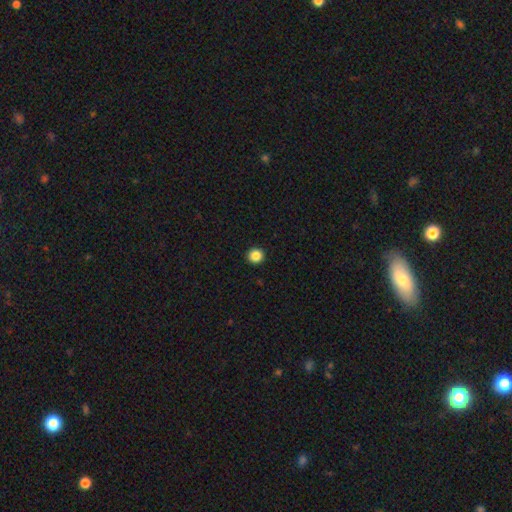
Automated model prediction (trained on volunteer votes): Smooth or featured?
  - smooth: 87% *
  - star or artifact: 10%
  - featured or disk: 3%
How rounded?
  - round: 95% *
  - in between: 4%
  - cigar-shaped: 1%
Merging?
  - none: 94% *
  - minor disturbance: 4%
  - major disturbance: 1%
  - merger: 1%